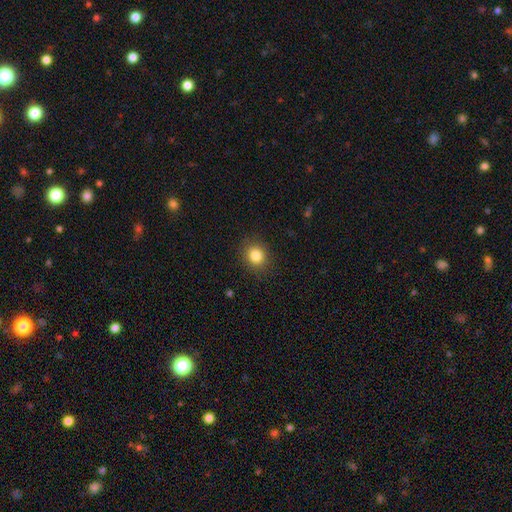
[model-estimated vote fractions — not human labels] Overall: smooth (84%). How rounded: round (77%). Merging: none (89%).